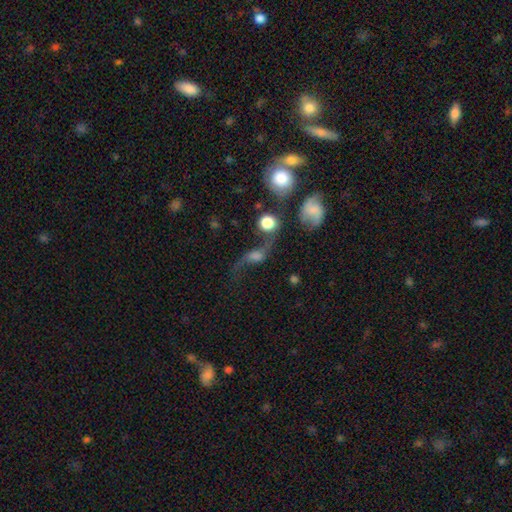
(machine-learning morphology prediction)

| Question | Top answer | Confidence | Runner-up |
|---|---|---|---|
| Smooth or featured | featured or disk | 64% | smooth (21%) |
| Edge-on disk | no | 92% | yes (8%) |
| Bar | no | 55% | weak (34%) |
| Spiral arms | yes | 91% | no (9%) |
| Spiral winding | loose | 91% | medium (6%) |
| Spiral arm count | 2 | 89% | 1 (6%) |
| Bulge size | moderate | 29% | large (23%) |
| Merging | none | 50% | major disturbance (20%) |